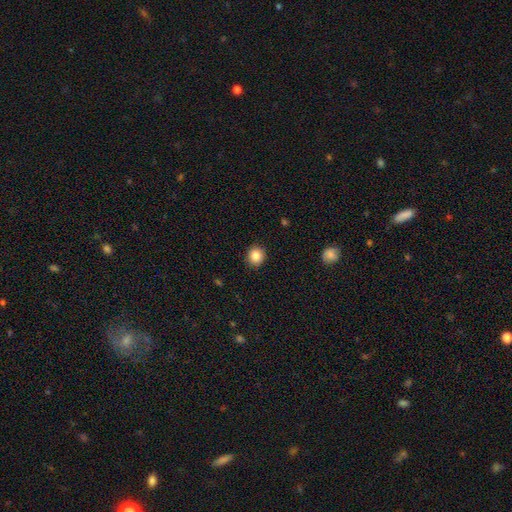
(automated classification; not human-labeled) Smooth or featured? smooth (85%)
How rounded? round (86%)
Merging? none (91%)